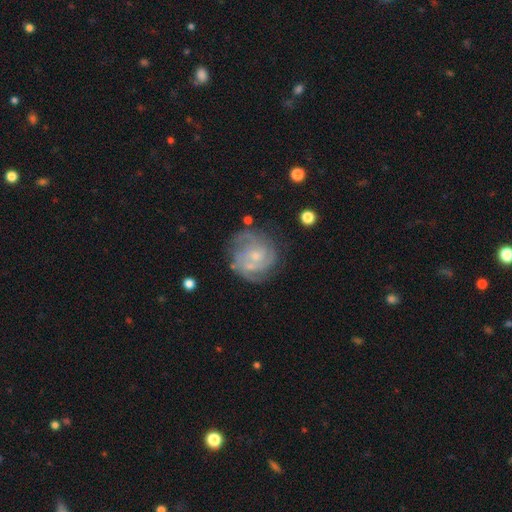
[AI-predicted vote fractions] featured or disk 81%, smooth 12%, star or artifact 7%. Down the decision tree: edge-on disk — no (98%); bar — no (64%); spiral arms — yes (93%); spiral arm count — 2 (31%); spiral winding — tight (61%); bulge size — small (63%); merging — none (72%).